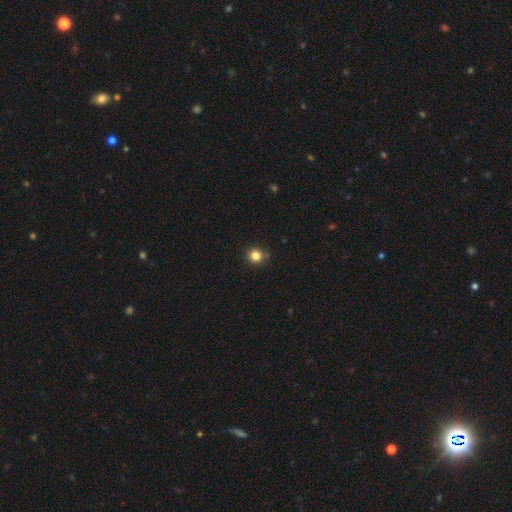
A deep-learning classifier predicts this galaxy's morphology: smooth-or-featured: smooth: 84% | star or artifact: 12% | featured or disk: 4%
  how-rounded: round: 93% | in between: 6% | cigar-shaped: 1%
  merging: none: 88% | minor disturbance: 9% | major disturbance: 2% | merger: 1%